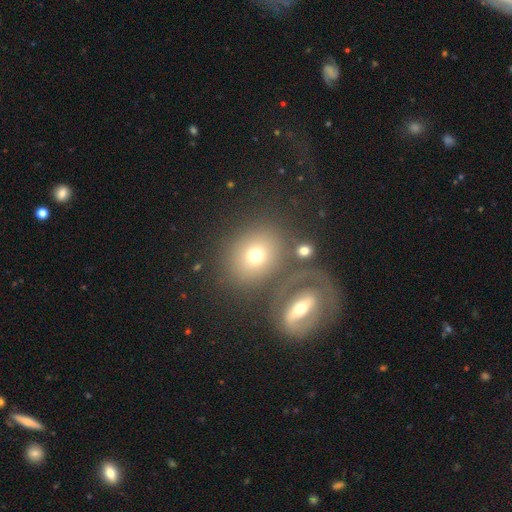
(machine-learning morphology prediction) Smooth or featured?
  - smooth: 66% *
  - featured or disk: 22%
  - star or artifact: 12%
How rounded?
  - round: 64% *
  - in between: 35%
  - cigar-shaped: 1%
Merging?
  - none: 60% *
  - merger: 22%
  - minor disturbance: 11%
  - major disturbance: 7%